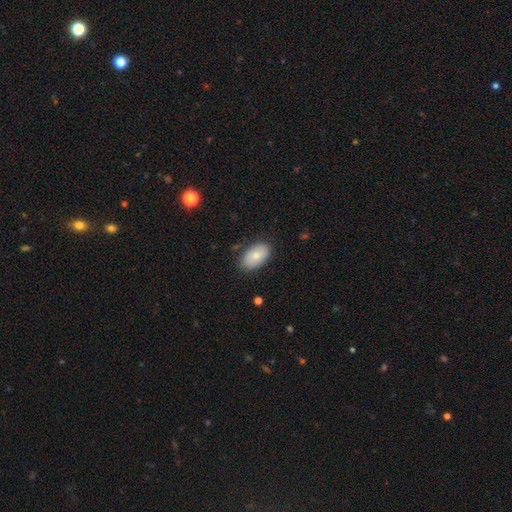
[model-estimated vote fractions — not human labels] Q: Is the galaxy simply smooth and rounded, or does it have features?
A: smooth — 76%.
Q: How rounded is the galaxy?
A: in between — 93%.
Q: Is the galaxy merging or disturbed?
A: none — 82%.